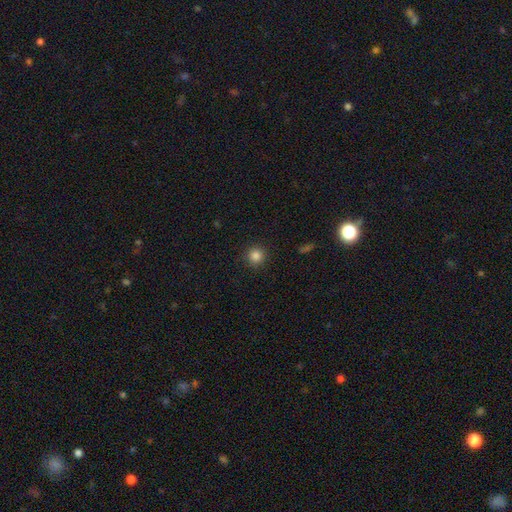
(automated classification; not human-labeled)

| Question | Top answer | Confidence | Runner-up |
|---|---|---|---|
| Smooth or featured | smooth | 85% | star or artifact (12%) |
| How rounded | round | 95% | in between (4%) |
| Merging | none | 91% | minor disturbance (6%) |